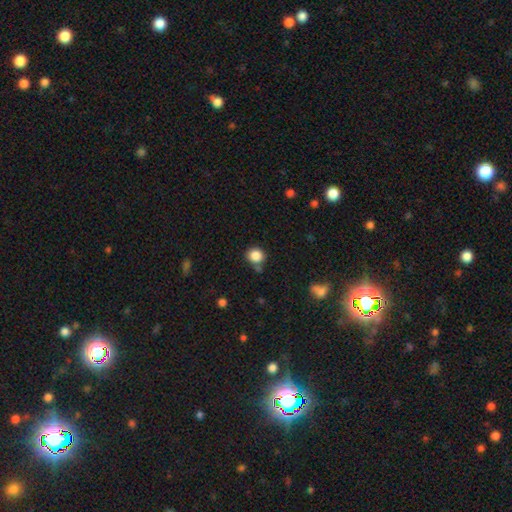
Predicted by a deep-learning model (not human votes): Overall: smooth (86%). How rounded: round (85%). Merging: none (75%).